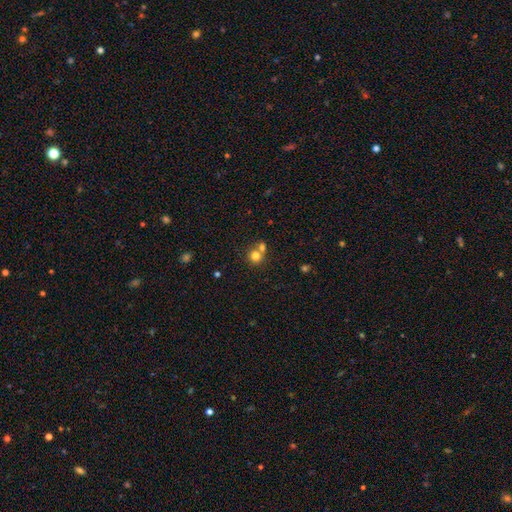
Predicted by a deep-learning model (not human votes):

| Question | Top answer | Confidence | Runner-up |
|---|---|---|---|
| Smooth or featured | smooth | 77% | star or artifact (13%) |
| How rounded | round | 88% | in between (11%) |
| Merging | none | 50% | merger (40%) |